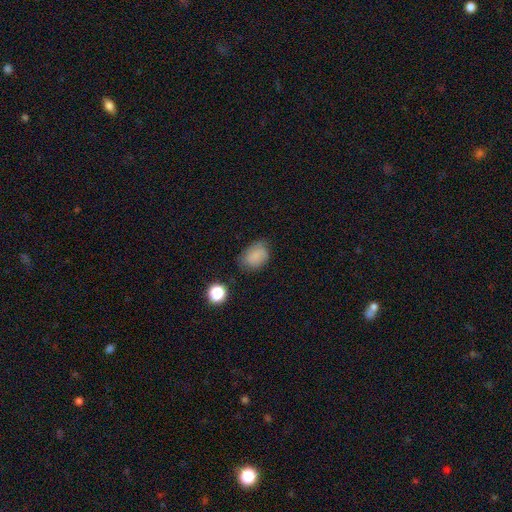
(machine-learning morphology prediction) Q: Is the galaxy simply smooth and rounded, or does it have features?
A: smooth — 81%.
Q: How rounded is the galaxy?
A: in between — 71%.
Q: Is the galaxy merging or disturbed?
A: none — 62%.